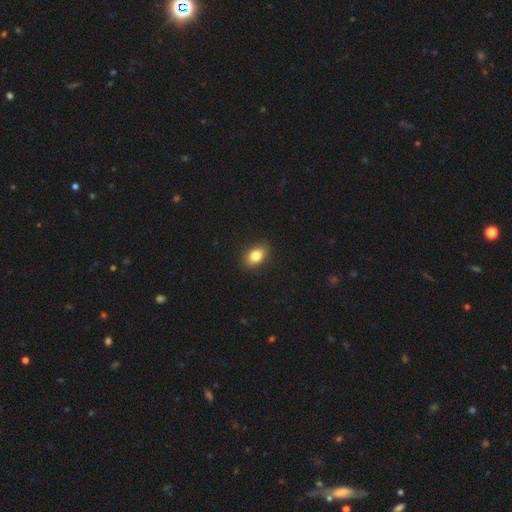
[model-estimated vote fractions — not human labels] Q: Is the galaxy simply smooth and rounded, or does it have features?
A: smooth — 83%.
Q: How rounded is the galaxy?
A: in between — 81%.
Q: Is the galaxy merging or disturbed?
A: none — 88%.